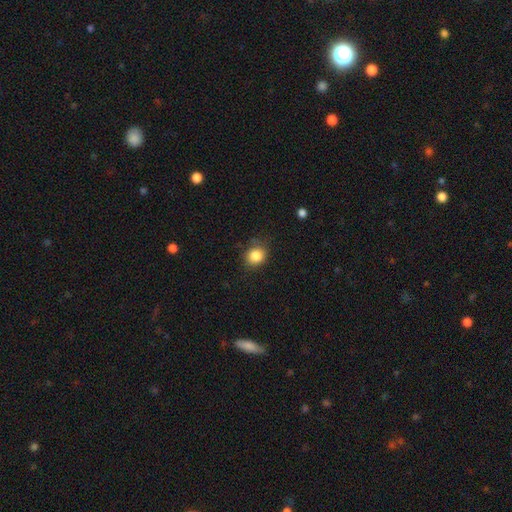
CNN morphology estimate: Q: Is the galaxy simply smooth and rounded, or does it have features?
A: smooth — 85%.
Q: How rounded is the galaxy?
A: round — 75%.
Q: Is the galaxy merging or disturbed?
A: none — 74%.